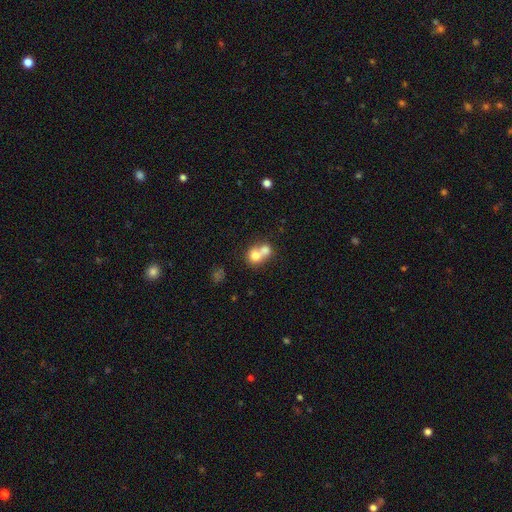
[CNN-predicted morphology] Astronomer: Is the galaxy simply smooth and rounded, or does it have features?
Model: smooth — 70%.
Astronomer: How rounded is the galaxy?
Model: round — 67%.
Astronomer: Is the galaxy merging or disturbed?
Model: merger — 70%.